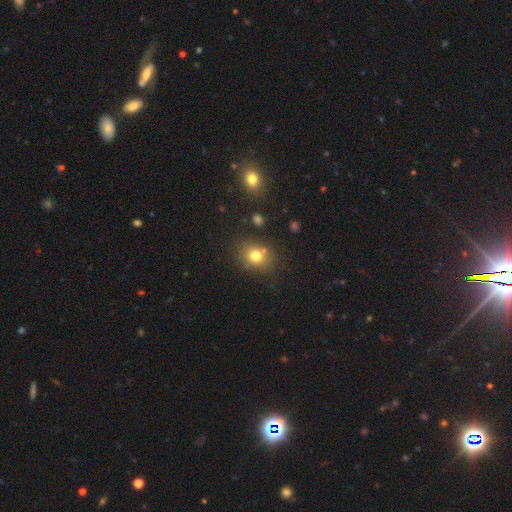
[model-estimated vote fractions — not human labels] Smooth or featured?
  - smooth: 76% *
  - star or artifact: 14%
  - featured or disk: 10%
How rounded?
  - round: 61% *
  - in between: 38%
  - cigar-shaped: 1%
Merging?
  - none: 75% *
  - minor disturbance: 12%
  - merger: 9%
  - major disturbance: 4%